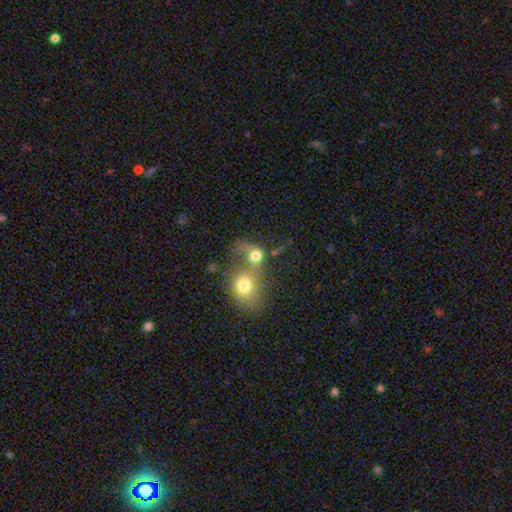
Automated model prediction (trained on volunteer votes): Q: Smooth or featured?
A: smooth (69%); runner-up: featured or disk (18%)
Q: How rounded?
A: round (65%); runner-up: in between (34%)
Q: Merging?
A: merger (73%); runner-up: none (13%)